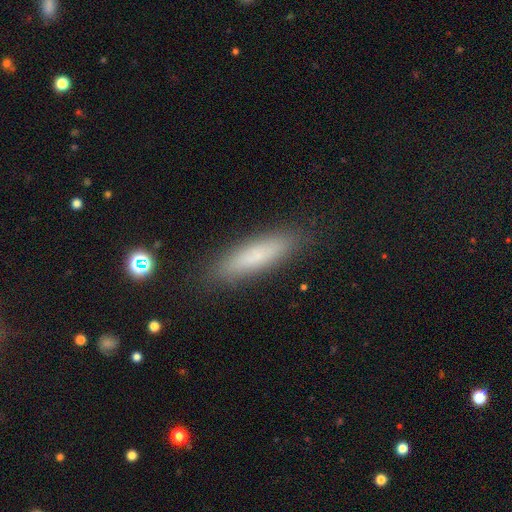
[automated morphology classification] smooth_or_featured: smooth (p=0.75) [alt: featured or disk p=0.16]
how_rounded: cigar-shaped (p=0.75) [alt: in between p=0.23]
merging: none (p=0.87) [alt: minor disturbance p=0.09]